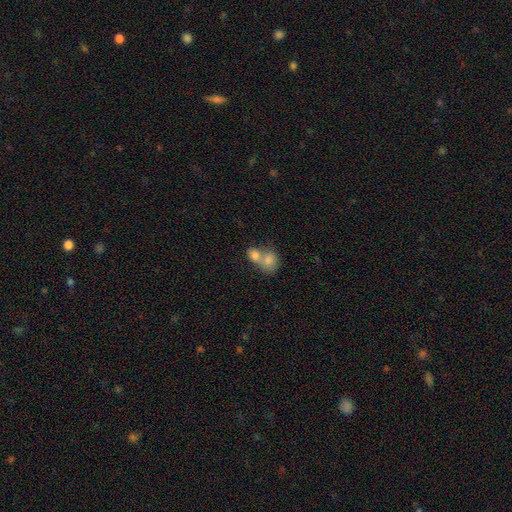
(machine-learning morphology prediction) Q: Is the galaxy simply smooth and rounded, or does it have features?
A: smooth — 77%.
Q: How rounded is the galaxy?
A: in between — 53%.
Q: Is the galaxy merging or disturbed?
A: merger — 74%.